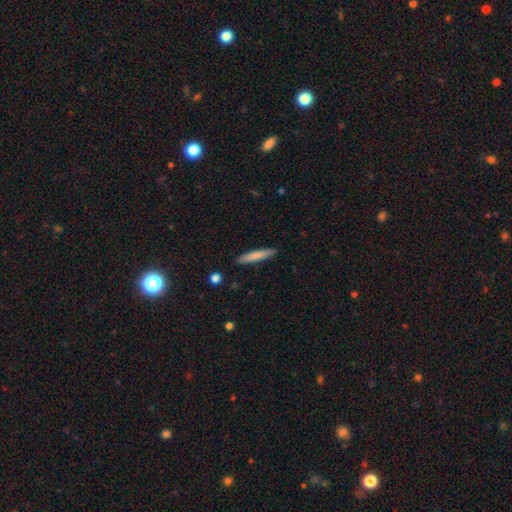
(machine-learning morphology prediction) type=smooth (78%); roundness=cigar-shaped (92%); merging=none (90%).